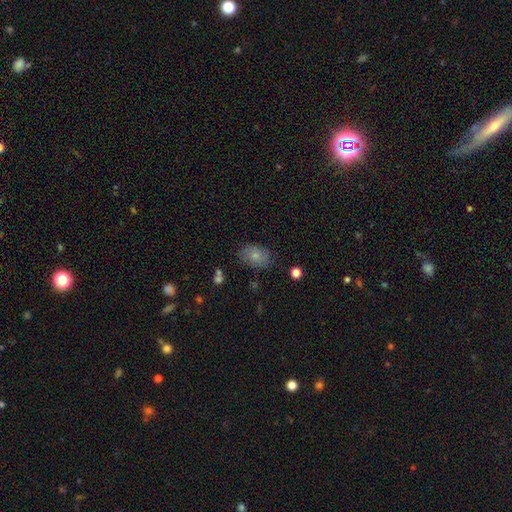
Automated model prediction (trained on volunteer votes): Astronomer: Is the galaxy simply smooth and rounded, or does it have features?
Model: smooth — 73%.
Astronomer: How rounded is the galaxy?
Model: in between — 78%.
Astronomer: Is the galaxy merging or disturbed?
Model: none — 75%.